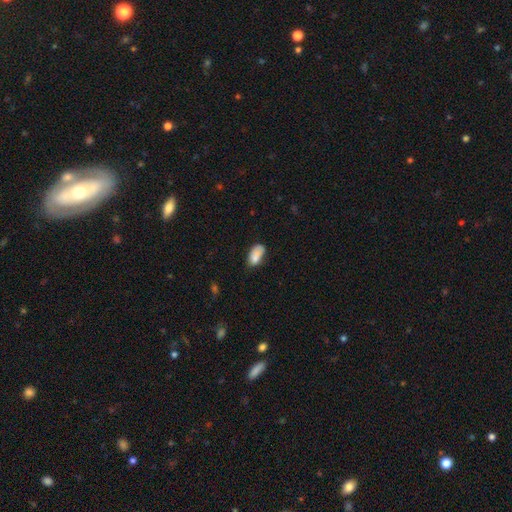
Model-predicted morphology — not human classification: Smooth or featured? Predicted: smooth (p=0.82). How rounded? Predicted: in between (p=0.93). Merging? Predicted: none (p=0.52).